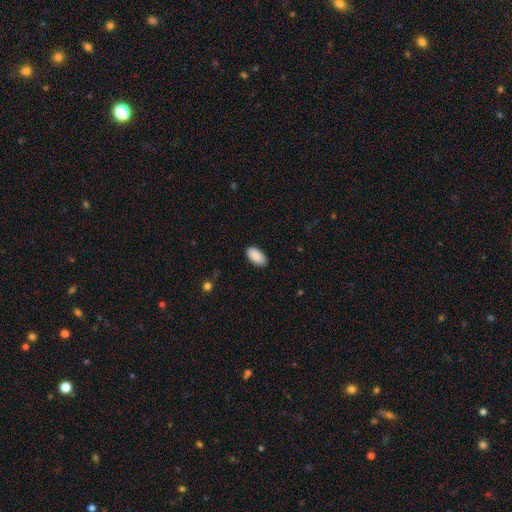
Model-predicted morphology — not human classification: Q: Smooth or featured?
A: smooth (90%); runner-up: star or artifact (6%)
Q: How rounded?
A: in between (95%); runner-up: cigar-shaped (3%)
Q: Merging?
A: none (87%); runner-up: minor disturbance (10%)